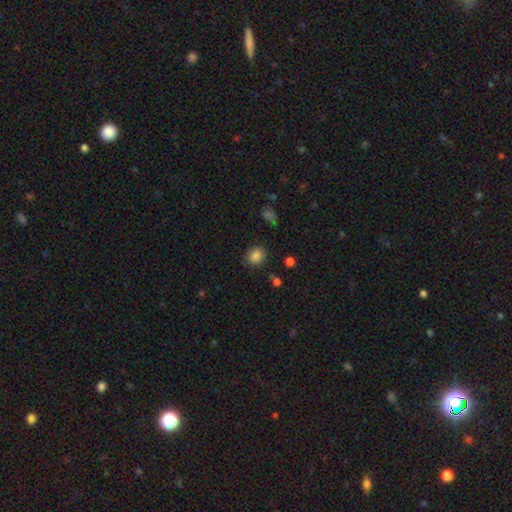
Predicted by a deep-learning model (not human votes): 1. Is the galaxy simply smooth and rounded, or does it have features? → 84% smooth, 11% star or artifact, 5% featured or disk.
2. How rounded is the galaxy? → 76% round, 23% in between, 1% cigar-shaped.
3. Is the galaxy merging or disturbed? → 85% none, 10% minor disturbance, 3% major disturbance, 2% merger.